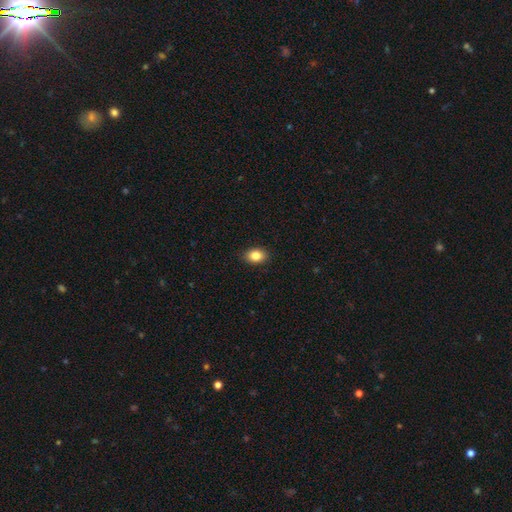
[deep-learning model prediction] This is clearly a smooth galaxy (86%). How rounded: clearly in between (81%). Merging: clearly none (89%).